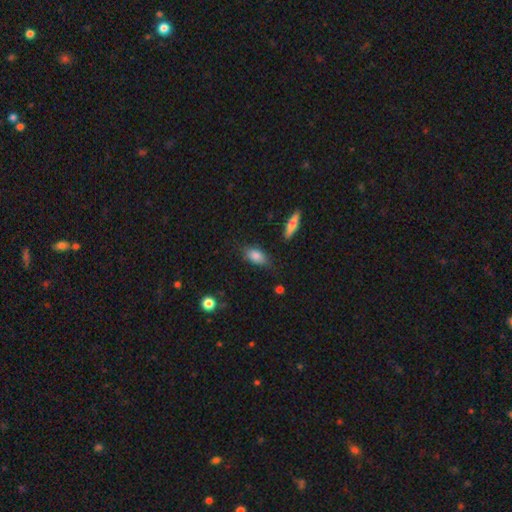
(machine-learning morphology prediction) Q: Smooth or featured?
A: smooth (82%); runner-up: featured or disk (10%)
Q: How rounded?
A: in between (85%); runner-up: cigar-shaped (10%)
Q: Merging?
A: none (76%); runner-up: minor disturbance (17%)